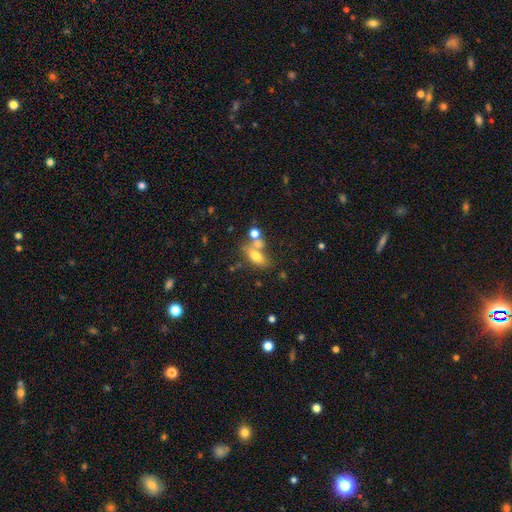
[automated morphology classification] Smooth or featured? smooth (66%)
How rounded? in between (76%)
Merging? none (44%)